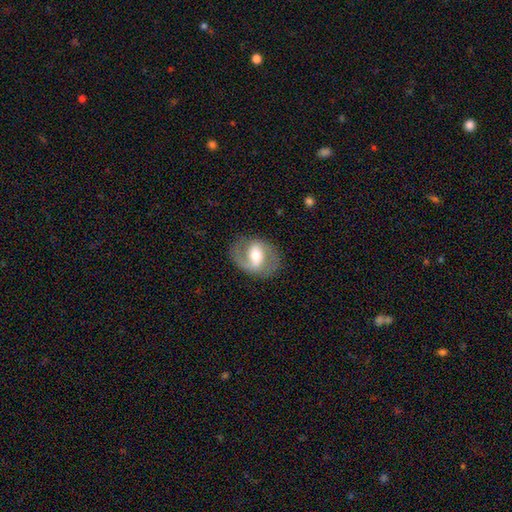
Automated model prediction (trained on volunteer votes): Q: Smooth or featured?
A: featured or disk (76%); runner-up: smooth (18%)
Q: Edge-on disk?
A: no (96%); runner-up: yes (4%)
Q: Bar?
A: weak (43%); runner-up: strong (38%)
Q: Spiral arms?
A: yes (84%); runner-up: no (16%)
Q: Spiral winding?
A: medium (52%); runner-up: loose (27%)
Q: Spiral arm count?
A: 2 (84%); runner-up: 1 (8%)
Q: Bulge size?
A: moderate (65%); runner-up: large (16%)
Q: Merging?
A: none (79%); runner-up: minor disturbance (13%)